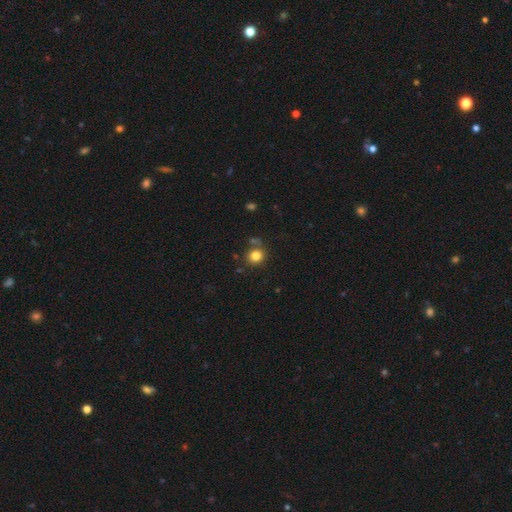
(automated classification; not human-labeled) smooth 82%, star or artifact 12%, featured or disk 6%. Down the decision tree: how rounded — round (84%); merging — none (74%).